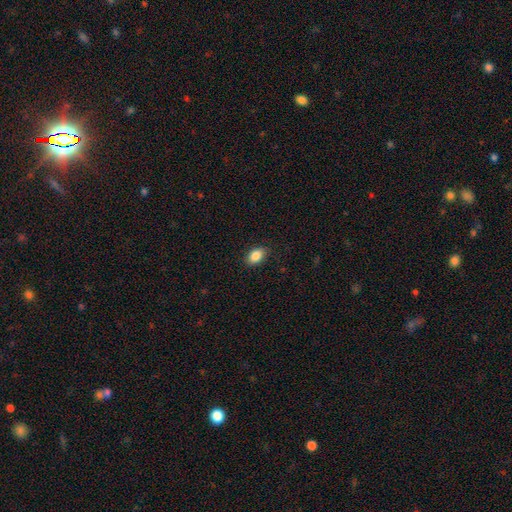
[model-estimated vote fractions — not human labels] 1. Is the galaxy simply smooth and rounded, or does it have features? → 87% smooth, 8% star or artifact, 5% featured or disk.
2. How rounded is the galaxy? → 86% in between, 13% round, 1% cigar-shaped.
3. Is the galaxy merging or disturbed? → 87% none, 10% minor disturbance, 2% major disturbance, 1% merger.